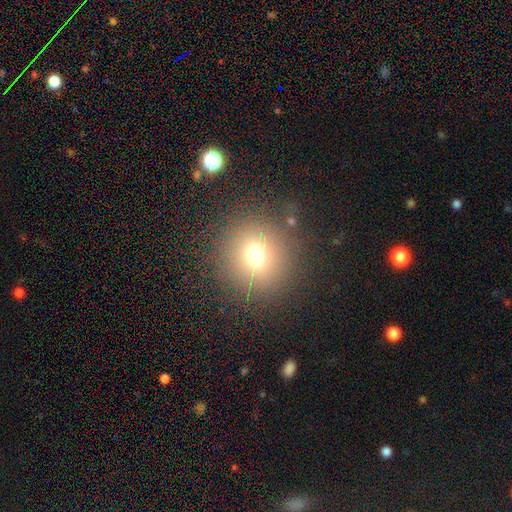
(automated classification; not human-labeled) This is likely a smooth galaxy (66%). How rounded: clearly round (88%). Merging: clearly none (83%).